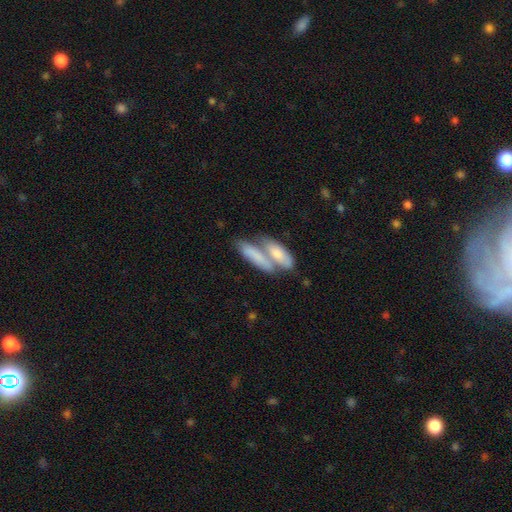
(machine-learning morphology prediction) The model was most divided on "how rounded": in between: 52%, cigar-shaped: 45%, round: 3%. More confident: smooth or featured — smooth (72%); merging — merger (61%).